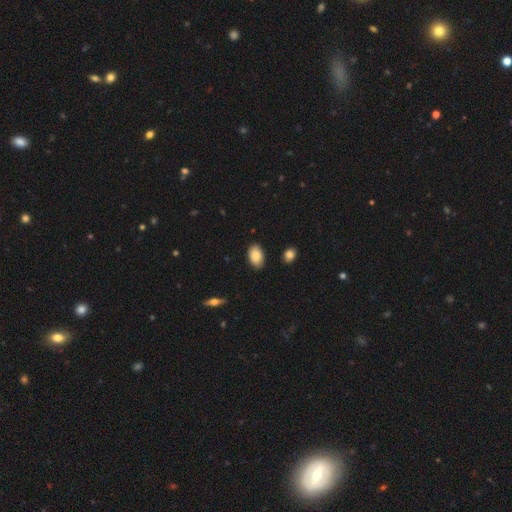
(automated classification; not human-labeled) Morphology: type=smooth (86%); roundness=in between (94%); merging=none (86%).